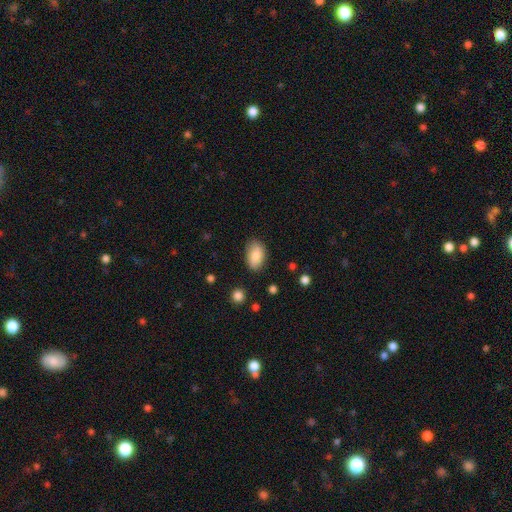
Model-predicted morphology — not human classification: Q: Smooth or featured?
A: smooth (86%); runner-up: featured or disk (7%)
Q: How rounded?
A: in between (92%); runner-up: round (7%)
Q: Merging?
A: none (82%); runner-up: minor disturbance (13%)